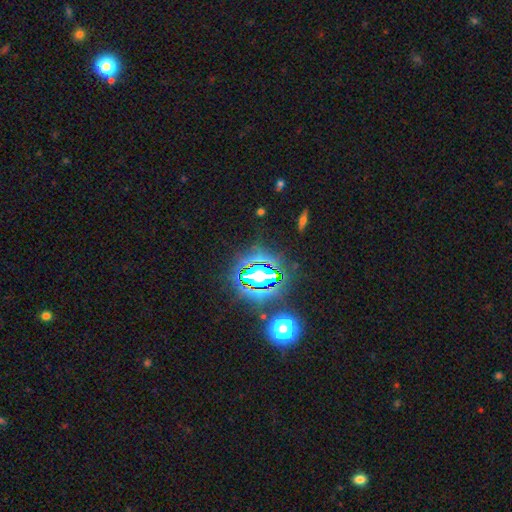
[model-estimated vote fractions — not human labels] Overall: star or artifact (80%).